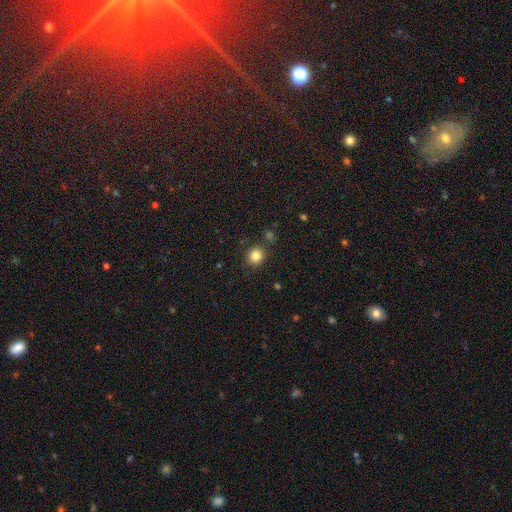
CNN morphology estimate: Smooth or featured: smooth — 83% (star or artifact — 12%)
How rounded: round — 83% (in between — 17%)
Merging: none — 83% (minor disturbance — 9%)